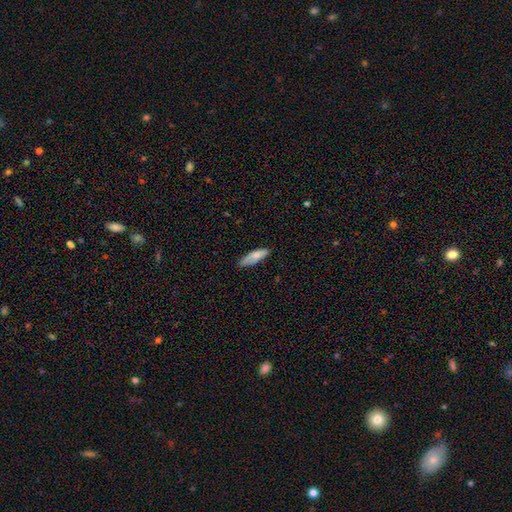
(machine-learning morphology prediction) This appears to be a smooth galaxy with no disk features (79%) that is in between round and cigar-shaped (54%). Merging: none (74%).